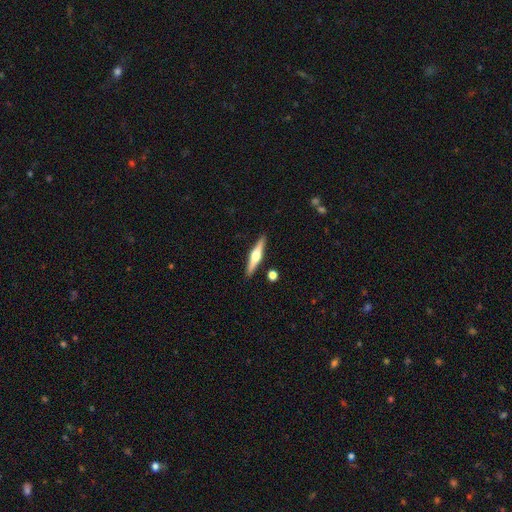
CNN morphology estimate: smooth_or_featured: featured or disk (p=0.66) [alt: smooth p=0.29]
disk_edge_on: yes (p=0.97) [alt: no p=0.03]
edge_on_bulge: rounded (p=0.93) [alt: boxy p=0.04]
merging: none (p=0.89) [alt: minor disturbance p=0.07]